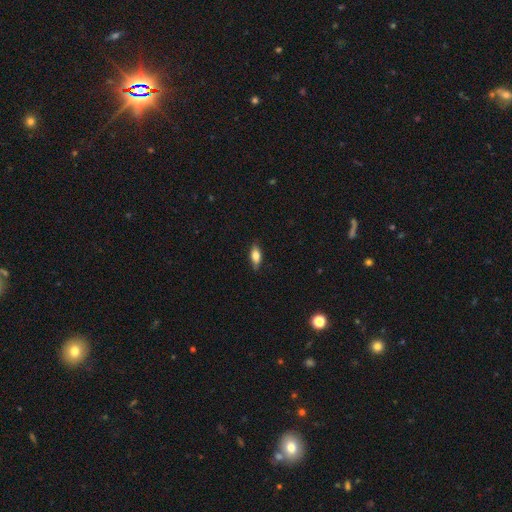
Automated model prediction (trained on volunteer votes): smooth_or_featured: smooth (p=0.76) [alt: featured or disk p=0.17]
how_rounded: in between (p=0.81) [alt: cigar-shaped p=0.16]
merging: none (p=0.82) [alt: minor disturbance p=0.14]